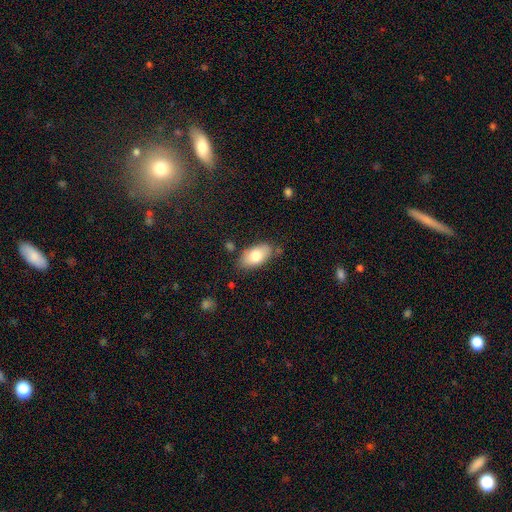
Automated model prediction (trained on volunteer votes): Smooth or featured? Predicted: smooth (p=0.78). How rounded? Predicted: in between (p=0.94). Merging? Predicted: none (p=0.76).